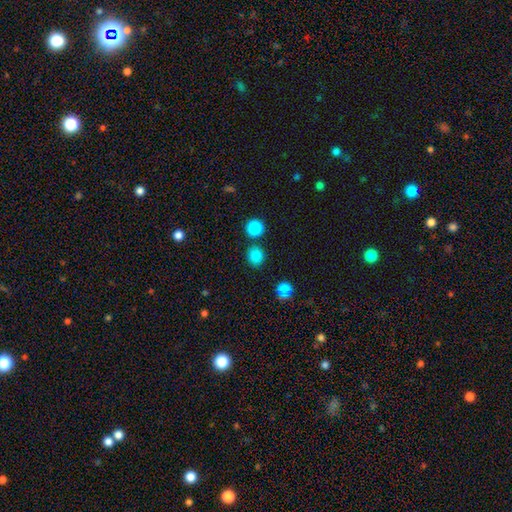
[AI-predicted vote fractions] Smooth or featured?
  - smooth: 85% *
  - star or artifact: 12%
  - featured or disk: 4%
How rounded?
  - round: 86% *
  - in between: 13%
  - cigar-shaped: 1%
Merging?
  - none: 79% *
  - merger: 11%
  - minor disturbance: 8%
  - major disturbance: 3%